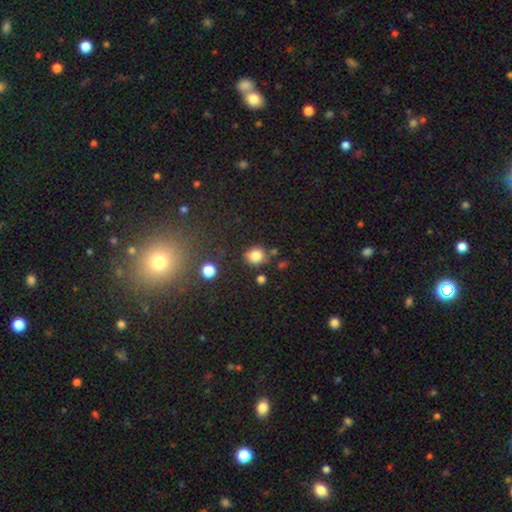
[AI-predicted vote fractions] Smooth or featured?
  - smooth: 82% *
  - star or artifact: 11%
  - featured or disk: 7%
How rounded?
  - round: 80% *
  - in between: 19%
  - cigar-shaped: 1%
Merging?
  - none: 75% *
  - minor disturbance: 14%
  - merger: 7%
  - major disturbance: 4%